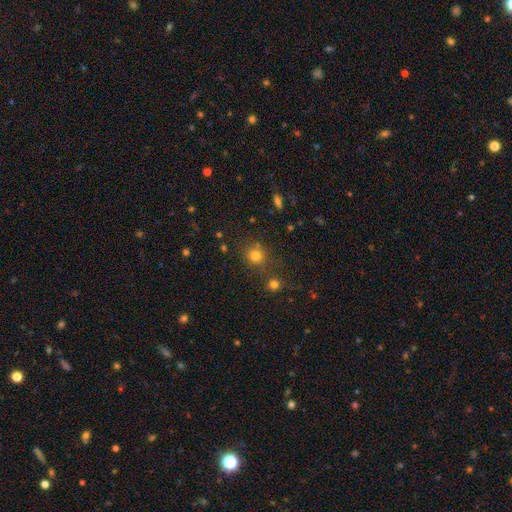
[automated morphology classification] smooth_or_featured: smooth (p=0.75) [alt: star or artifact p=0.18]
how_rounded: round (p=0.86) [alt: in between p=0.13]
merging: none (p=0.72) [alt: merger p=0.12]